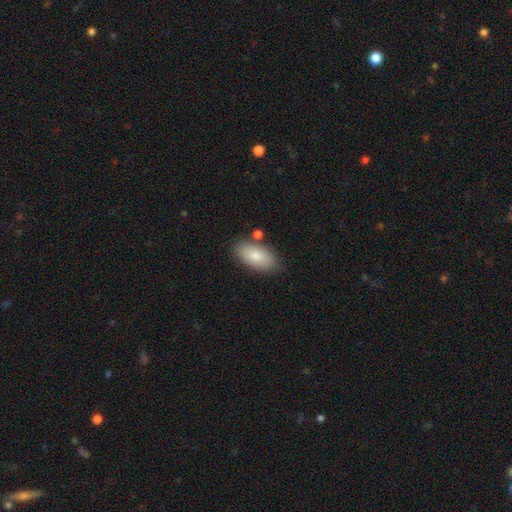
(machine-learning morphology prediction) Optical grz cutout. It shows a smooth galaxy with no disk features (80%) that is in between round and cigar-shaped (93%). Merging: none (77%).